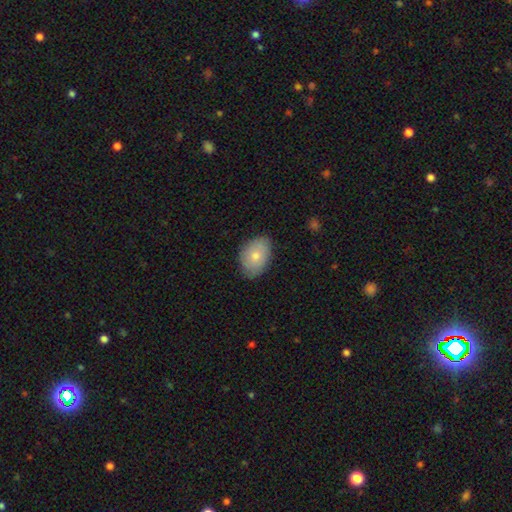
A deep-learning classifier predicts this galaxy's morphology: Smooth or featured: smooth — 75% (featured or disk — 19%)
How rounded: in between — 84% (round — 15%)
Merging: none — 79% (minor disturbance — 17%)